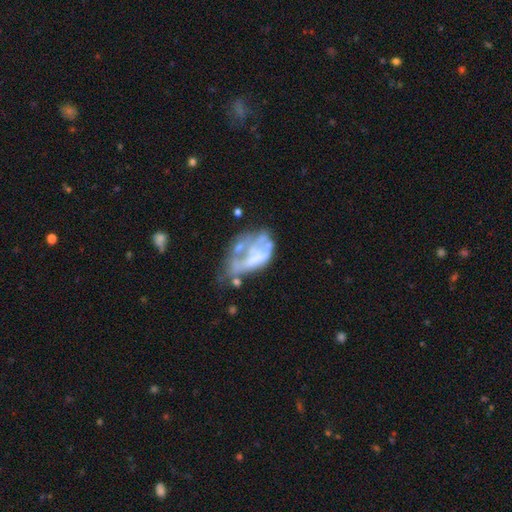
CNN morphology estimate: A featured or disk galaxy (64%) with no bar (87%), no spiral arms (88%) and no central bulge (69%). Merging: major disturbance (37%).